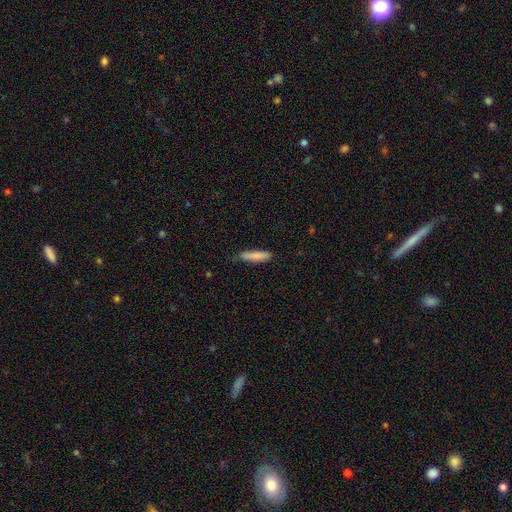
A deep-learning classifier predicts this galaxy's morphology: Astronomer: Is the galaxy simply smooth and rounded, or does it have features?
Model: smooth — 85%.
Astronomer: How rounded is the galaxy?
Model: cigar-shaped — 78%.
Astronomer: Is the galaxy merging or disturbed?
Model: none — 73%.